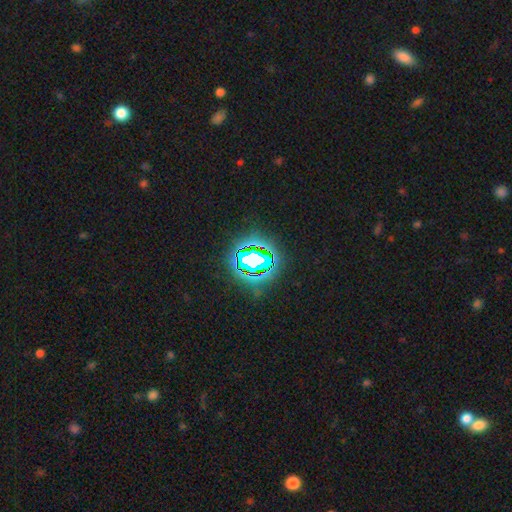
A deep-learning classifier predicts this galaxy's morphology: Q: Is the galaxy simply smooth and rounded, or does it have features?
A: star or artifact — 71%.